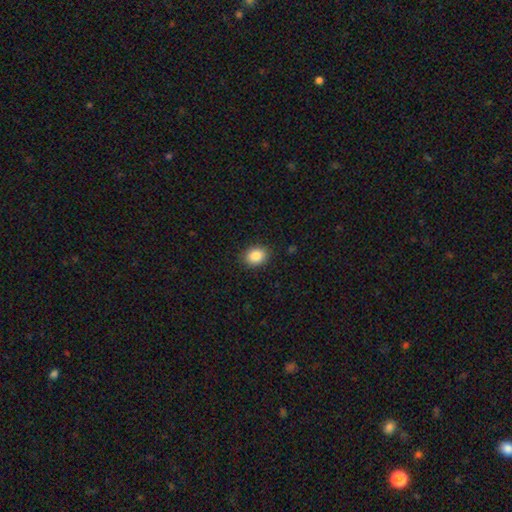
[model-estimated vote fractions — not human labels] Smooth or featured? smooth (87%)
How rounded? in between (60%)
Merging? none (88%)